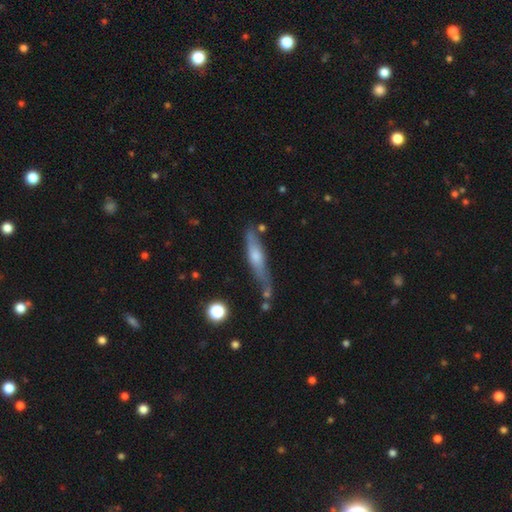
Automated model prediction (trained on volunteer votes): Smooth or featured: featured or disk — 54% (smooth — 38%)
Edge-on disk: yes — 86% (no — 14%)
Merging: none — 65% (minor disturbance — 22%)